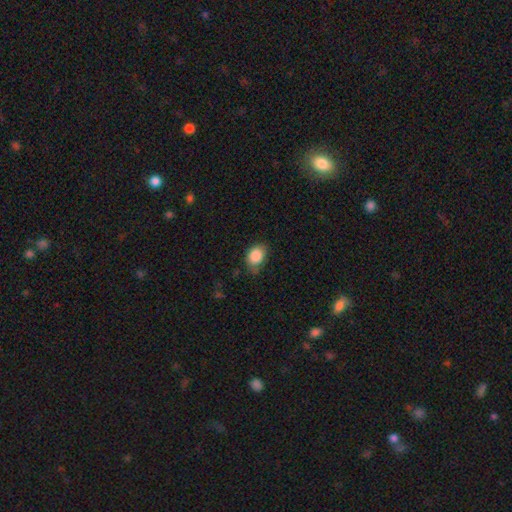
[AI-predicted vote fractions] Overall: smooth (88%). How rounded: in between (71%). Merging: none (65%; minor disturbance 28%).